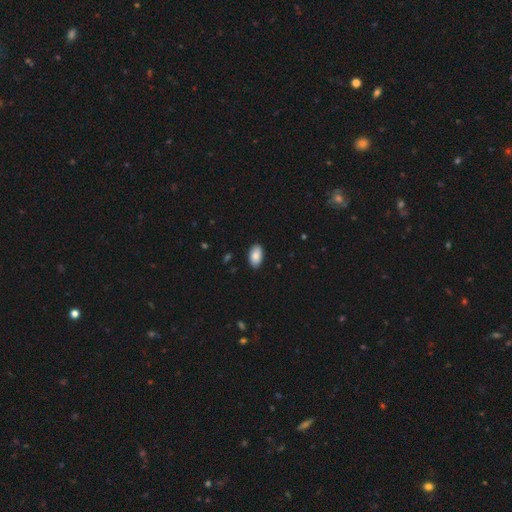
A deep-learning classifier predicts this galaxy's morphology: smooth_or_featured: smooth (p=0.88) [alt: star or artifact p=0.06]
how_rounded: in between (p=0.95) [alt: round p=0.03]
merging: none (p=0.89) [alt: minor disturbance p=0.08]